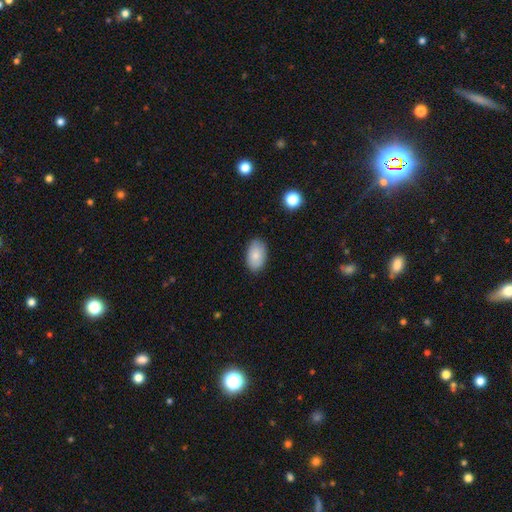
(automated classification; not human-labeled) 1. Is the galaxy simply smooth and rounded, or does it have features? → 82% smooth, 11% featured or disk, 7% star or artifact.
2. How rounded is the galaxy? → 93% in between, 6% round, 1% cigar-shaped.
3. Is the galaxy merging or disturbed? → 86% none, 11% minor disturbance, 2% major disturbance, 1% merger.